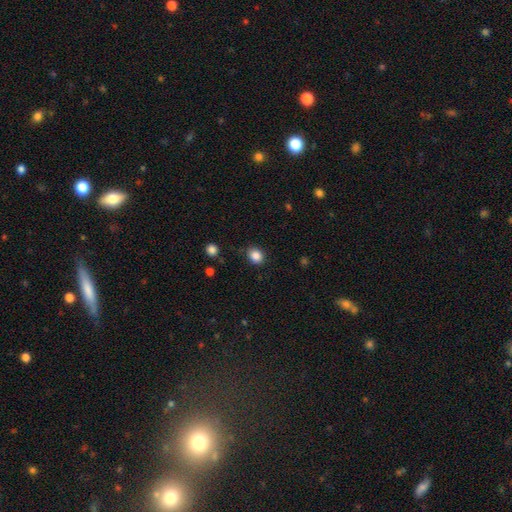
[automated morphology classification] smooth 86%, star or artifact 10%, featured or disk 4%. Down the decision tree: how rounded — round (61%); merging — none (81%).